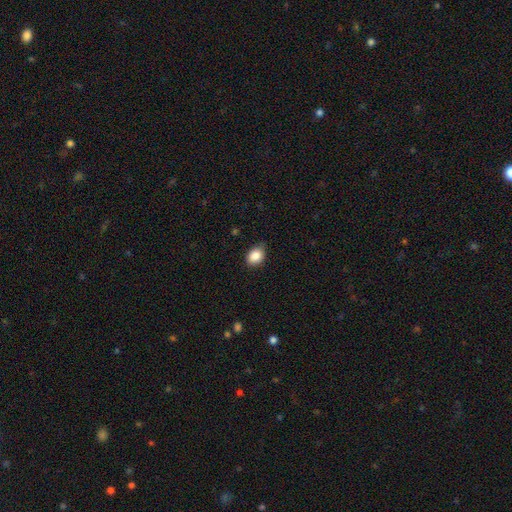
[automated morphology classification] type=smooth (86%); roundness=in between (72%); merging=none (77%).